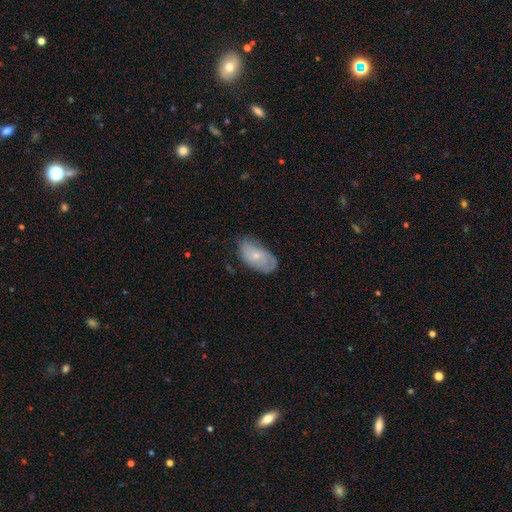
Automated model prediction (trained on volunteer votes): A smooth galaxy with no disk features (54%) that is in between round and cigar-shaped (93%). Merging: none (60%).